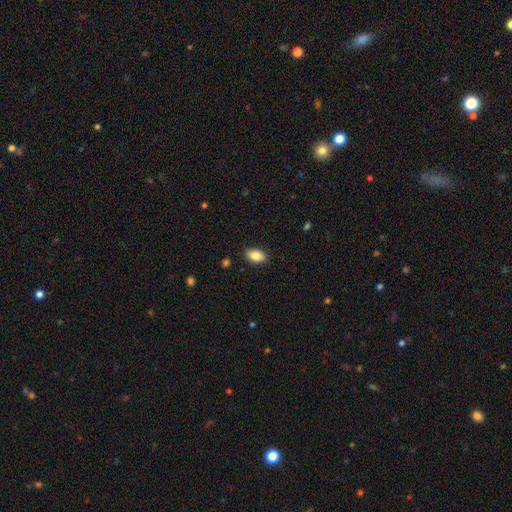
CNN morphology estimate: Smooth or featured? smooth (84%)
How rounded? in between (90%)
Merging? none (88%)